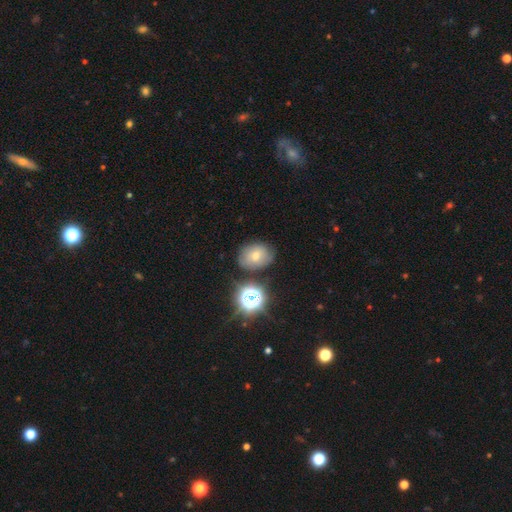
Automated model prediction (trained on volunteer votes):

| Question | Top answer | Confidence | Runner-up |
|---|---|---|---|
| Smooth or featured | smooth | 44% | star or artifact (29%) |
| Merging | none | 77% | minor disturbance (14%) |